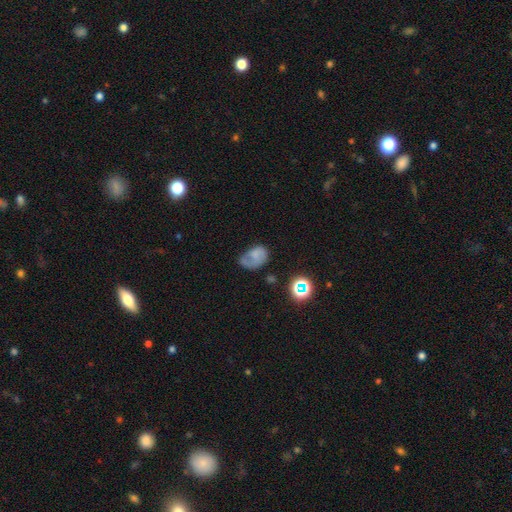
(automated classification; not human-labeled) Q: Smooth or featured?
A: smooth (55%); runner-up: featured or disk (30%)
Q: How rounded?
A: in between (72%); runner-up: round (27%)
Q: Merging?
A: none (37%); runner-up: minor disturbance (32%)